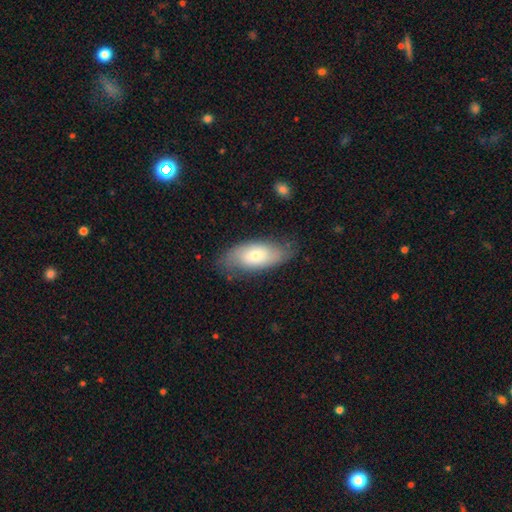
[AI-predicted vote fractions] Smooth or featured? smooth (64%)
How rounded? in between (88%)
Merging? none (72%)